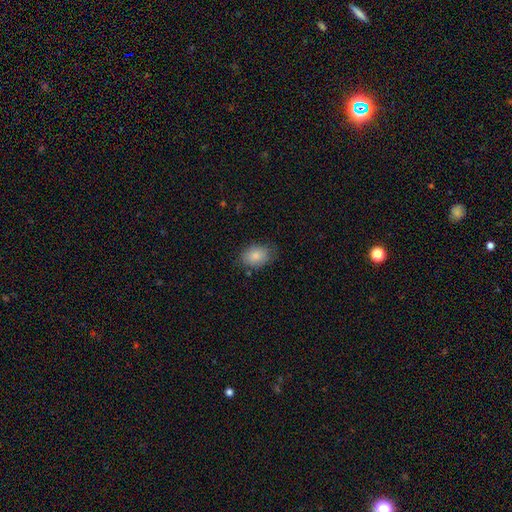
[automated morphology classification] smooth 86%, featured or disk 7%, star or artifact 7%. Down the decision tree: how rounded — in between (81%); merging — none (75%).